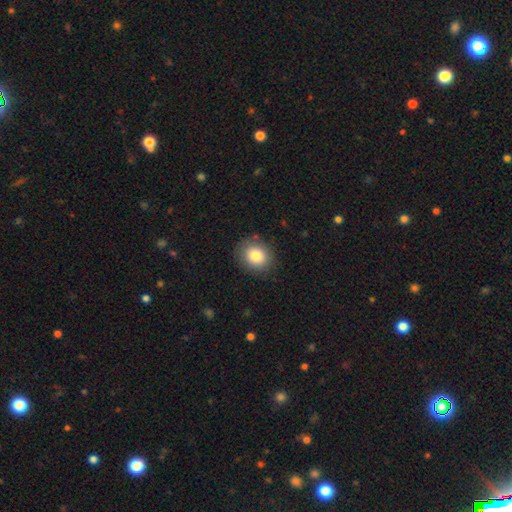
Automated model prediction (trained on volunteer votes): Smooth or featured?
  - smooth: 82% *
  - star or artifact: 9%
  - featured or disk: 9%
How rounded?
  - round: 72% *
  - in between: 27%
  - cigar-shaped: 1%
Merging?
  - none: 86% *
  - minor disturbance: 10%
  - major disturbance: 3%
  - merger: 1%